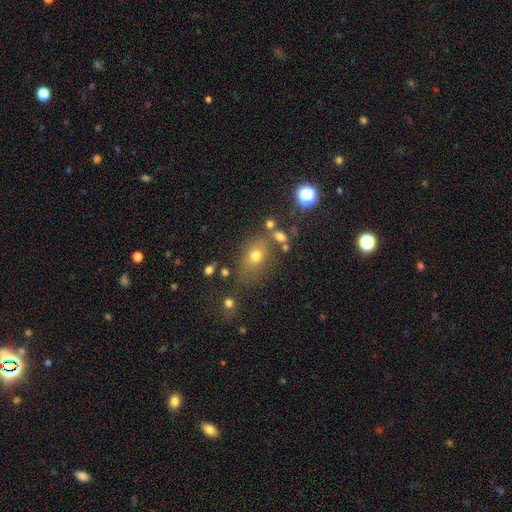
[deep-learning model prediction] Smooth or featured? smooth (69%)
How rounded? in between (65%)
Merging? none (64%)